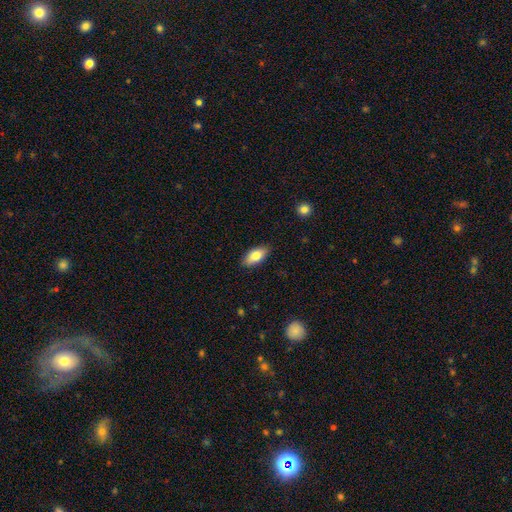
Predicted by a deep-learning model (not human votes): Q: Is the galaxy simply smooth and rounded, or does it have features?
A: smooth — 80%.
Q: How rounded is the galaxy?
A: in between — 88%.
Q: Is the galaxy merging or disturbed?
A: none — 88%.